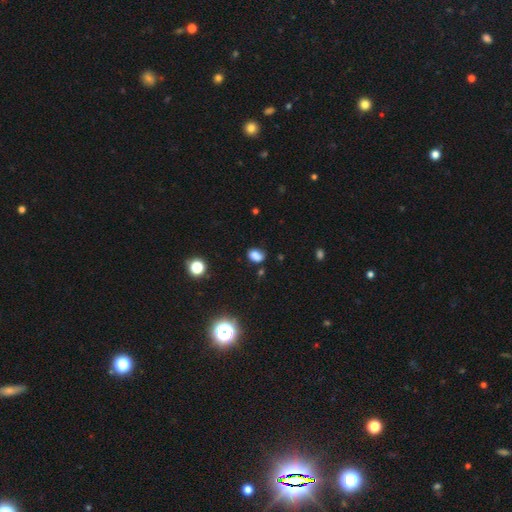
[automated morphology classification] Smooth or featured: smooth — 80% (star or artifact — 14%)
How rounded: in between — 77% (round — 21%)
Merging: none — 68% (minor disturbance — 22%)